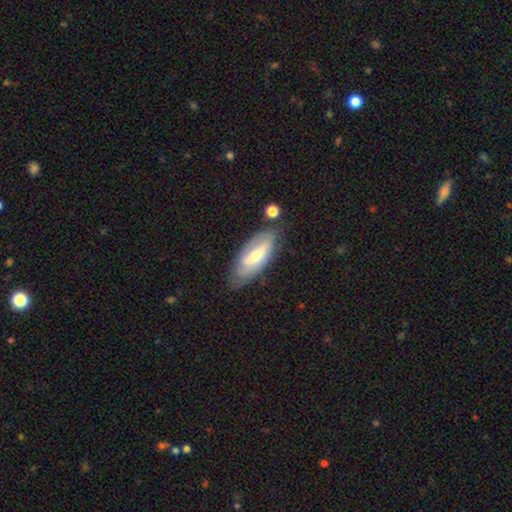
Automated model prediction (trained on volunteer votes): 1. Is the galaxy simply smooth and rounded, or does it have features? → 53% featured or disk, 41% smooth, 7% star or artifact.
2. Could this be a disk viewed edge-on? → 79% no, 21% yes.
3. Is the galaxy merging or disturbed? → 68% none, 21% minor disturbance, 7% major disturbance, 4% merger.